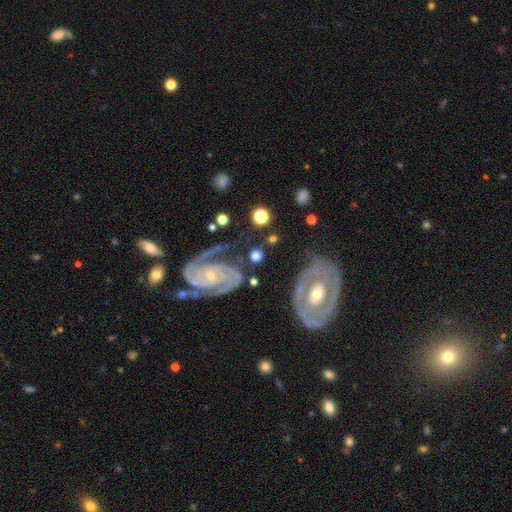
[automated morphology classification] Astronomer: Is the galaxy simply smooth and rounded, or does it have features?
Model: featured or disk — 57% (runner-up: smooth, 35%).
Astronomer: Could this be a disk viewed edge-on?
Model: no — 94%.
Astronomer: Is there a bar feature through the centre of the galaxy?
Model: no — 56%.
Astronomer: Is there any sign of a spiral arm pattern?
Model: yes — 92%.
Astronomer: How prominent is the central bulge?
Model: small — 61%.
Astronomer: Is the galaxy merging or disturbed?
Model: none — 67%.